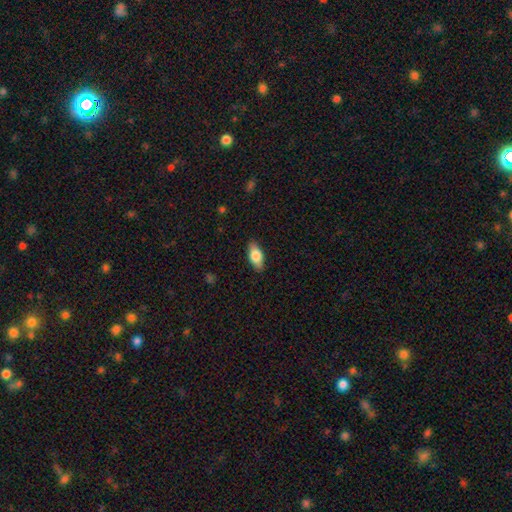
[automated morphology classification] smooth 76%, featured or disk 18%, star or artifact 6%. Down the decision tree: how rounded — in between (85%); merging — none (88%).